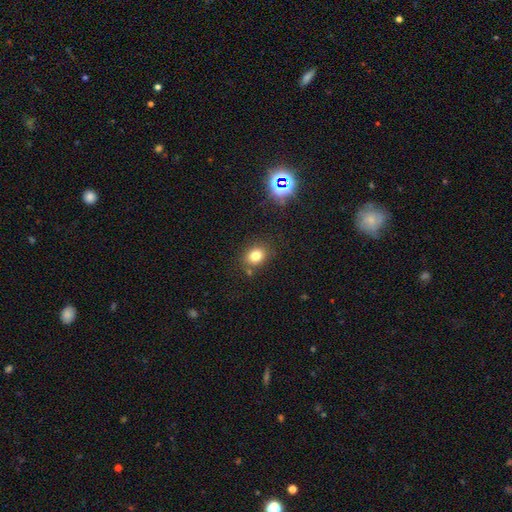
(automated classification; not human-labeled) Smooth or featured?
  - smooth: 77% *
  - star or artifact: 15%
  - featured or disk: 8%
How rounded?
  - round: 53% *
  - in between: 46%
  - cigar-shaped: 1%
Merging?
  - none: 80% *
  - minor disturbance: 11%
  - merger: 5%
  - major disturbance: 3%